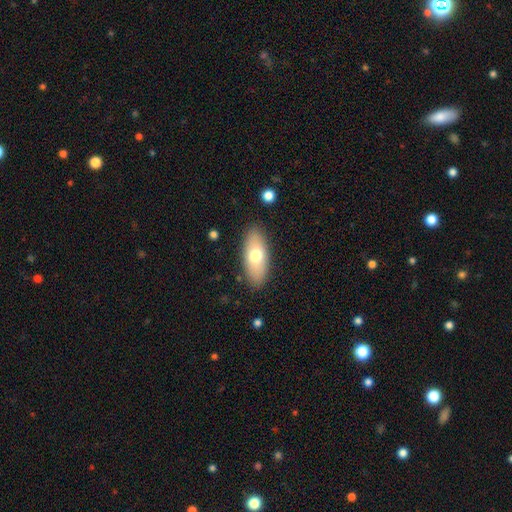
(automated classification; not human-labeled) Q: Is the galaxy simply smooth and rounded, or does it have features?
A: smooth — 69%.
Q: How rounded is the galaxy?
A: in between — 85%.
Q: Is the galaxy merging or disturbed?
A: none — 86%.